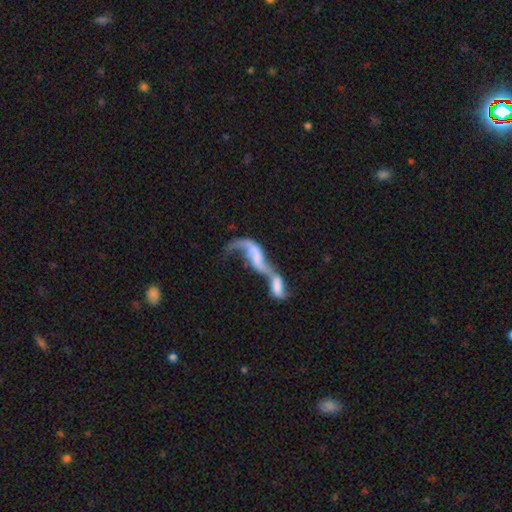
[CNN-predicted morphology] smooth-or-featured: featured or disk: 70% | smooth: 21% | star or artifact: 8%
  disk-edge-on: no: 92% | yes: 8%
    bar: no: 50% | weak: 31% | strong: 19%
    has-spiral-arms: yes: 73% | no: 27%
    bulge-size: none: 54% | small: 22% | moderate: 15% | large: 6% | dominant: 2%
  merging: merger: 78% | major disturbance: 11% | none: 7% | minor disturbance: 4%